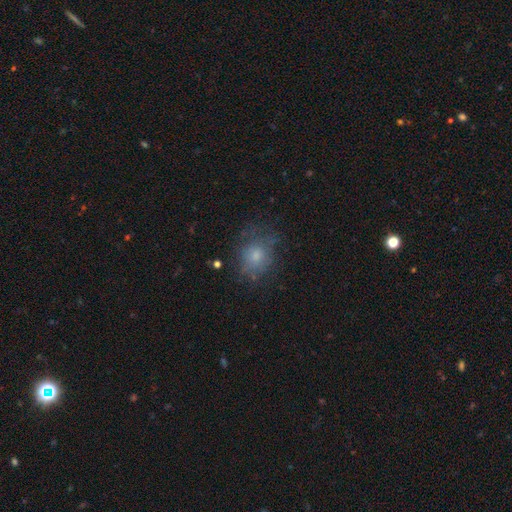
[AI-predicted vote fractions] The model was most divided on "merging": none: 59%, minor disturbance: 23%, major disturbance: 16%, merger: 2%. More confident: how rounded — round (68%); smooth or featured — smooth (65%).